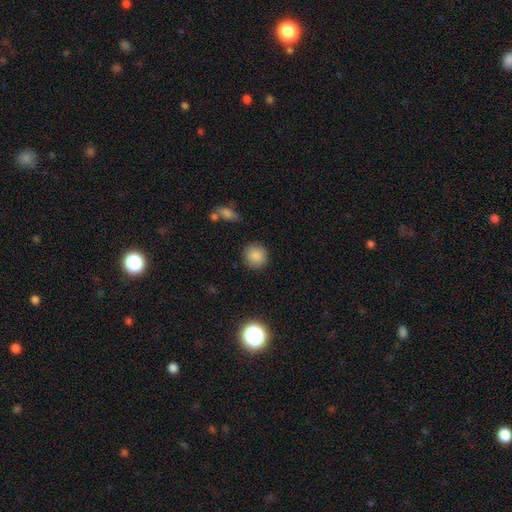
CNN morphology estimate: smooth_or_featured: smooth (p=0.86) [alt: star or artifact p=0.10]
how_rounded: round (p=0.92) [alt: in between p=0.07]
merging: none (p=0.89) [alt: minor disturbance p=0.07]